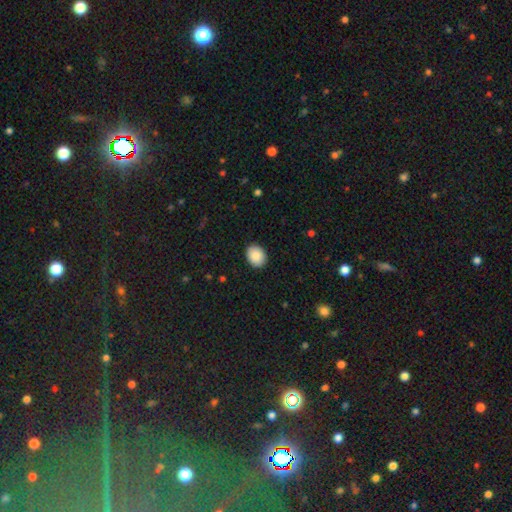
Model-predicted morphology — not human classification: This is clearly a smooth galaxy (89%). How rounded: possibly in between (54%). Merging: clearly none (91%).